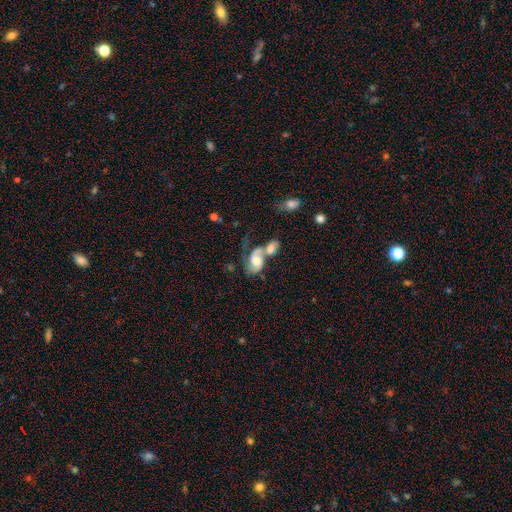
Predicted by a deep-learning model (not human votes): A featured or disk galaxy (51%).

Vote fractions:
- Smooth or featured? featured or disk: 51% / smooth: 34% / star or artifact: 16%
- Edge-on disk? no: 91% / yes: 9%
- Merging? merger: 53% / none: 25% / major disturbance: 12% / minor disturbance: 10%